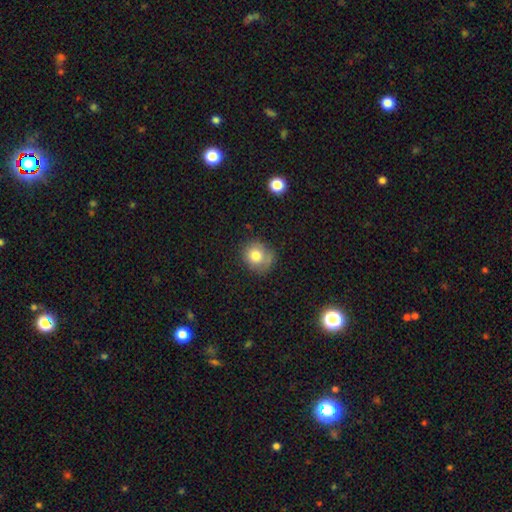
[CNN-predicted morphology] Smooth or featured? Predicted: smooth (p=0.78). How rounded? Predicted: round (p=0.81). Merging? Predicted: none (p=0.59).